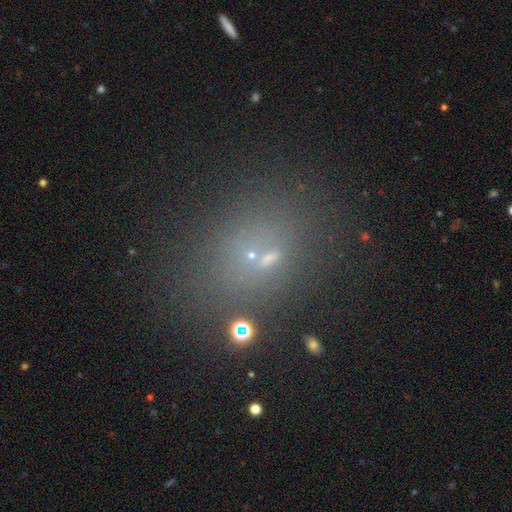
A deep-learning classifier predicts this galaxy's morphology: Smooth or featured? star or artifact (44%)